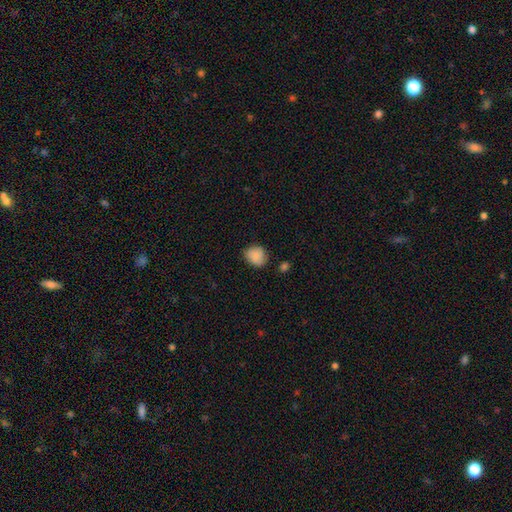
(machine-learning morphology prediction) Smooth or featured? smooth (86%)
How rounded? round (70%)
Merging? none (75%)